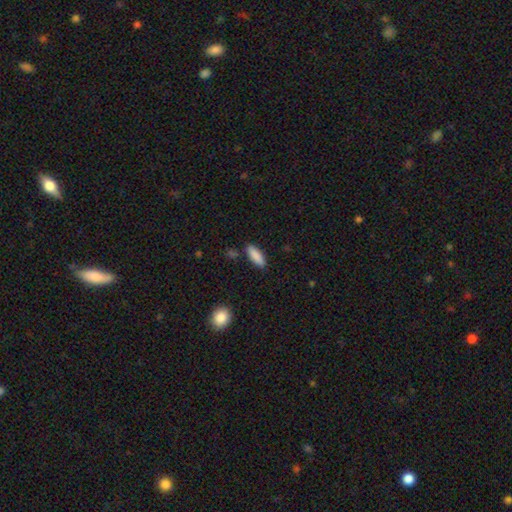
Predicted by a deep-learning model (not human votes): Smooth or featured?
  - smooth: 88% *
  - star or artifact: 6%
  - featured or disk: 6%
How rounded?
  - in between: 58% *
  - cigar-shaped: 40%
  - round: 2%
Merging?
  - none: 85% *
  - minor disturbance: 10%
  - merger: 3%
  - major disturbance: 2%